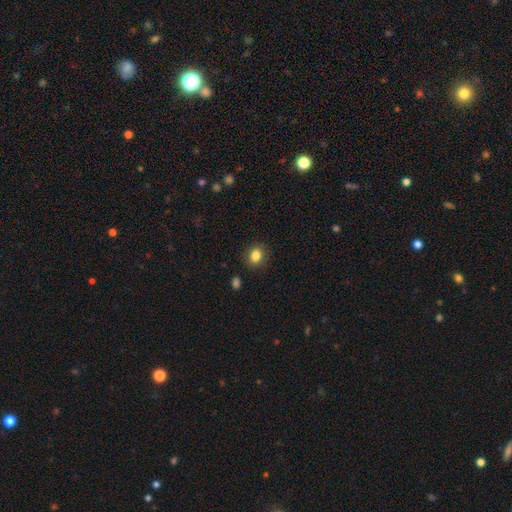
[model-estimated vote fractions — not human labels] smooth_or_featured: smooth (p=0.84) [alt: star or artifact p=0.10]
how_rounded: round (p=0.64) [alt: in between p=0.35]
merging: none (p=0.88) [alt: minor disturbance p=0.08]